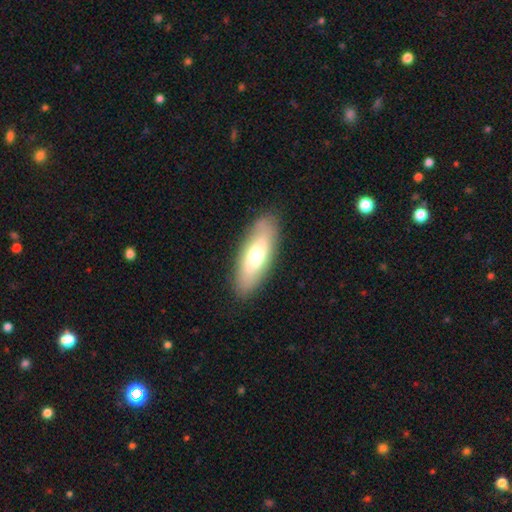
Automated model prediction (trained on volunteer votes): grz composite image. It shows a smooth galaxy with no disk features (63%) that is in between round and cigar-shaped (64%). Merging: none (86%).